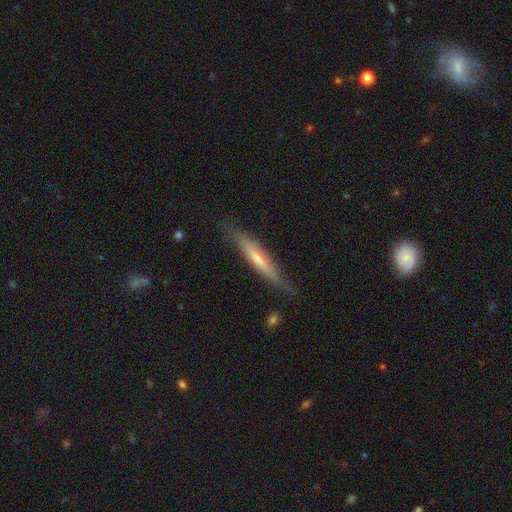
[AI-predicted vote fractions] The model was most divided on "smooth or featured": featured or disk: 55%, smooth: 38%, star or artifact: 7%. More confident: edge-on disk — yes (90%); merging — none (81%).